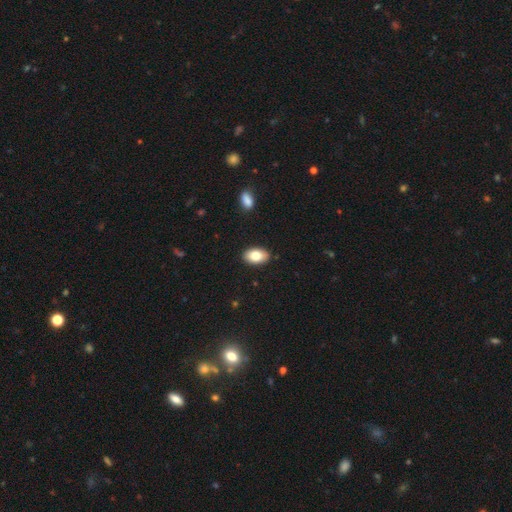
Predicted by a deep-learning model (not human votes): Morphology: type=smooth (81%); roundness=in between (92%); merging=none (89%).